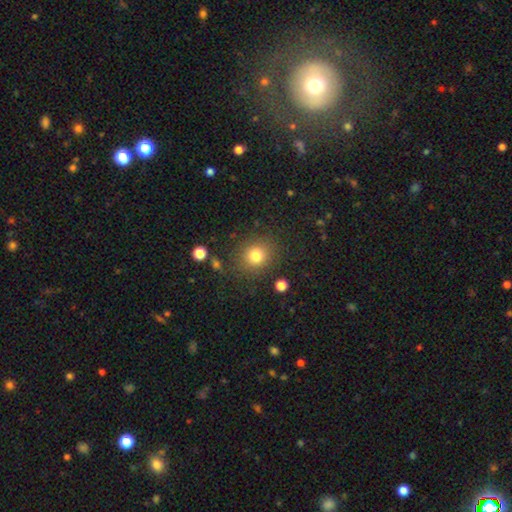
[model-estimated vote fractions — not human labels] smooth 80%, star or artifact 13%, featured or disk 7%. Down the decision tree: how rounded — round (85%); merging — none (85%).